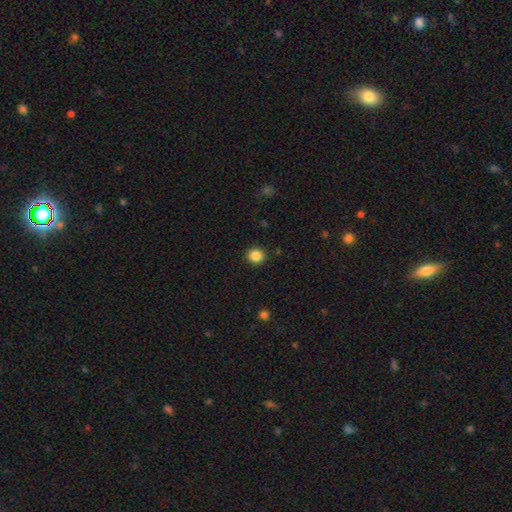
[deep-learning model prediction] This is clearly a smooth galaxy (86%). How rounded: clearly round (87%). Merging: clearly none (91%).